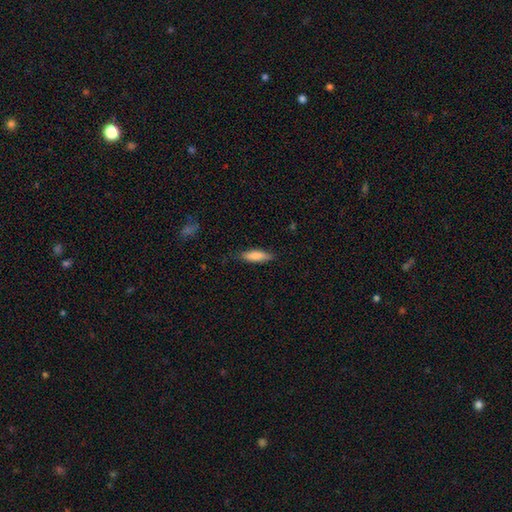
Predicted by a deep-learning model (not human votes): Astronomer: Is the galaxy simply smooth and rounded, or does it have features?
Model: smooth — 81%.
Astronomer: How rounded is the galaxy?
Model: cigar-shaped — 54% (runner-up: in between, 45%).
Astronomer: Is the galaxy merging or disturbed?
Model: none — 82%.